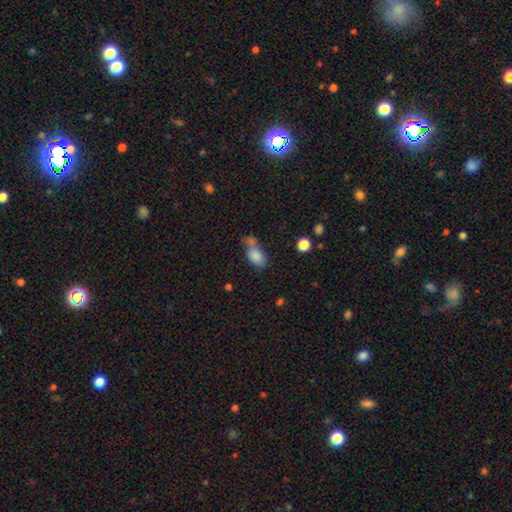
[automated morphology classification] A smooth galaxy with no disk features (82%) that is in between round and cigar-shaped (88%).

Vote fractions:
- Smooth or featured? smooth: 82% / star or artifact: 9% / featured or disk: 9%
- How rounded? in between: 88% / round: 9% / cigar-shaped: 4%
- Merging? merger: 37% / none: 33% / minor disturbance: 19% / major disturbance: 12%